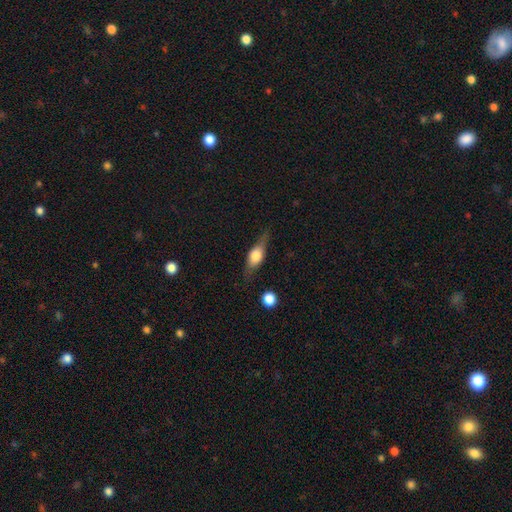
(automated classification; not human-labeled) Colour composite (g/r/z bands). It shows a featured or disk galaxy (49%). Merging: none (74%).